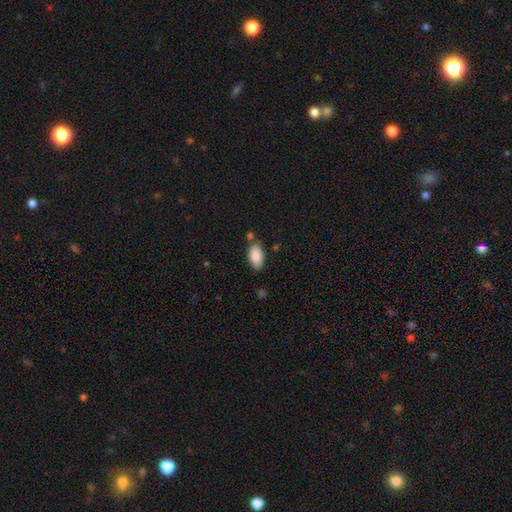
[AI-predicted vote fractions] A smooth galaxy with no disk features (88%) that is in between round and cigar-shaped (94%). Merging: none (75%).